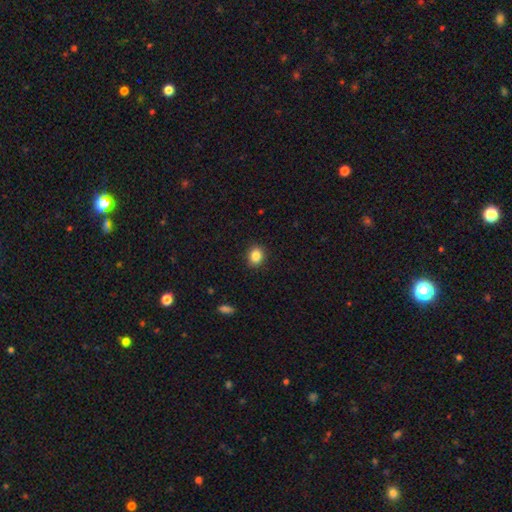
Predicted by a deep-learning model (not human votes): This appears to be a smooth galaxy with no disk features (86%) that is round (62%). Merging: none (90%).